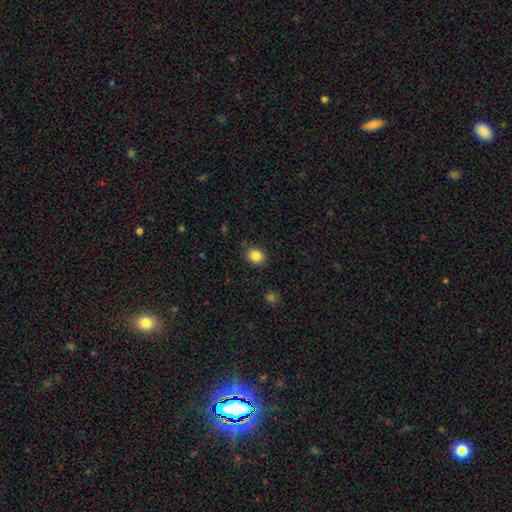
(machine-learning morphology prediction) A smooth galaxy with no disk features (86%) that is round (60%). Merging: none (86%).